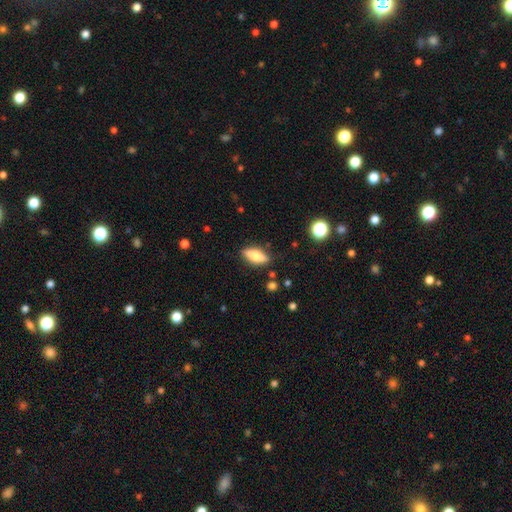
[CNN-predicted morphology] Smooth or featured? Predicted: smooth (p=0.61). How rounded? Predicted: in between (p=0.66). Merging? Predicted: none (p=0.85).